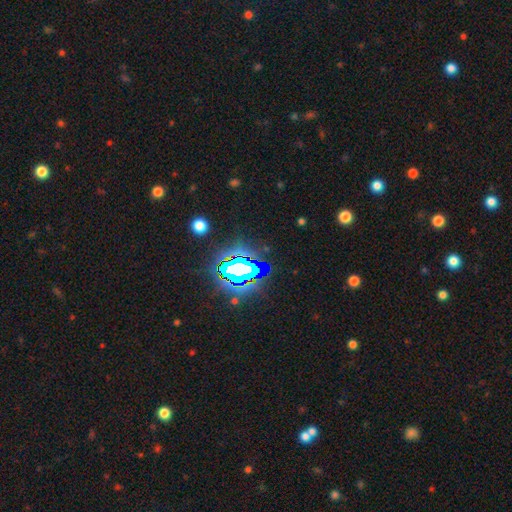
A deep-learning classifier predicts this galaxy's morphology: smooth_or_featured: star or artifact (p=0.84) [alt: smooth p=0.09]